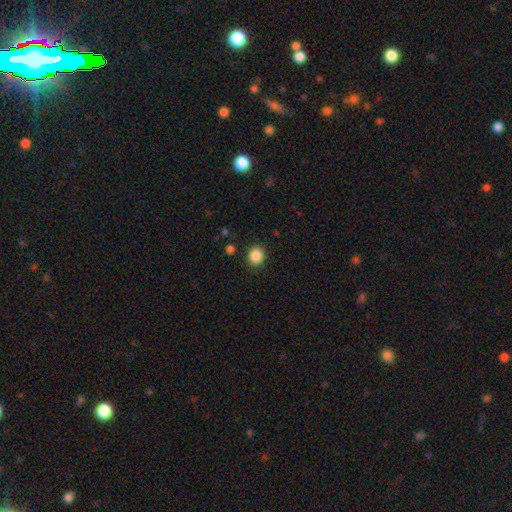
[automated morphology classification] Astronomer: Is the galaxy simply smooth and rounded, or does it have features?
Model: smooth — 87%.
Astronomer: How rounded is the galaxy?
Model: round — 76%.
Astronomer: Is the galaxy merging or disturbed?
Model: none — 89%.